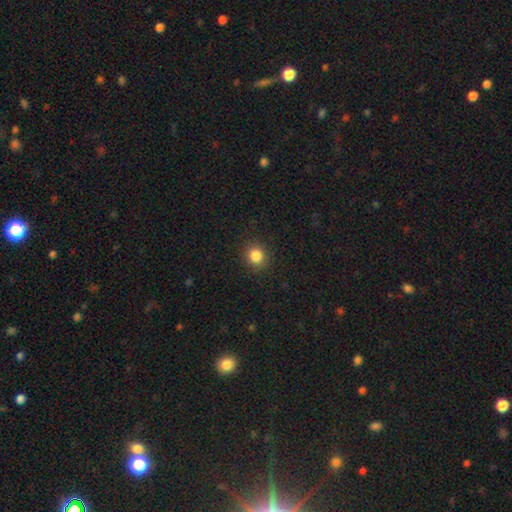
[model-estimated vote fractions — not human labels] Smooth or featured? Predicted: smooth (p=0.85). How rounded? Predicted: round (p=0.84). Merging? Predicted: none (p=0.90).